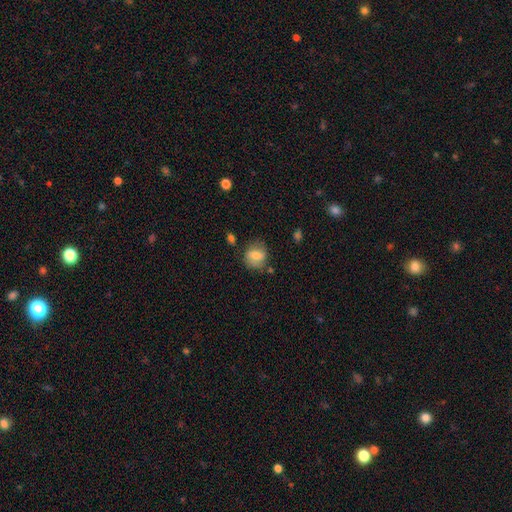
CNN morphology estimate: Overall: smooth (67%). How rounded: round (57%; in between 40%). Merging: none (64%).